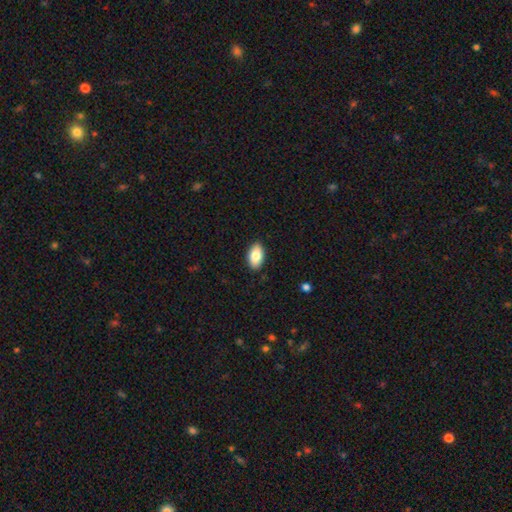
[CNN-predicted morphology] Overall: smooth (83%). How rounded: in between (94%). Merging: none (89%).